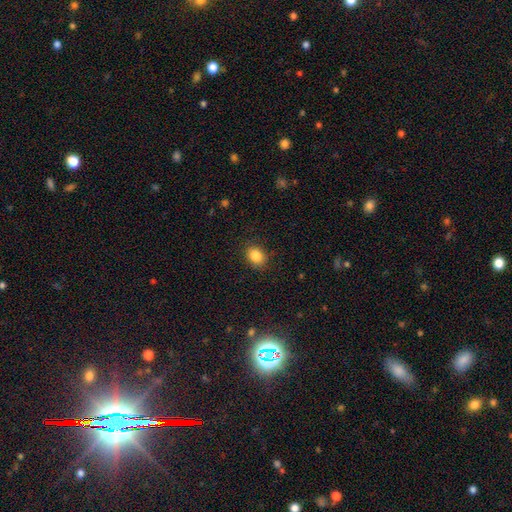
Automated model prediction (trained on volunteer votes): smooth-or-featured: smooth: 86% | star or artifact: 9% | featured or disk: 5%
  how-rounded: in between: 59% | round: 40% | cigar-shaped: 1%
  merging: none: 87% | minor disturbance: 9% | major disturbance: 3% | merger: 1%